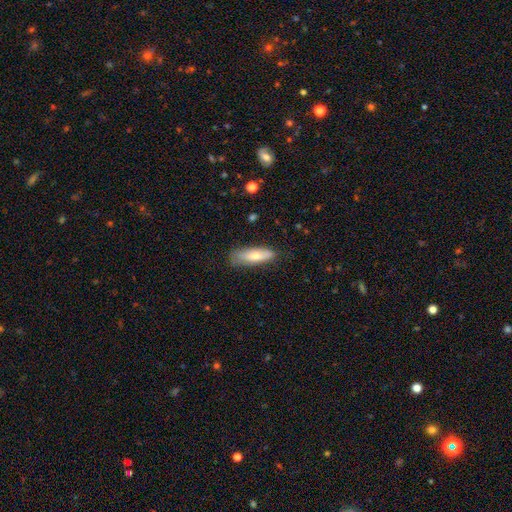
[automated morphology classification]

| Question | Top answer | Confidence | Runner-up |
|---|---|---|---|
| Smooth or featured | smooth | 69% | featured or disk (25%) |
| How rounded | in between | 51% | cigar-shaped (47%) |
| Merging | none | 73% | minor disturbance (21%) |